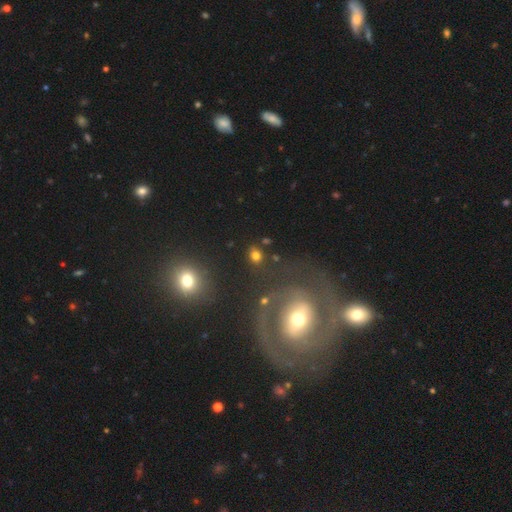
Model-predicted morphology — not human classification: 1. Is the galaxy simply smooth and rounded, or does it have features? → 72% smooth, 16% star or artifact, 12% featured or disk.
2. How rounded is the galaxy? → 58% round, 40% in between, 2% cigar-shaped.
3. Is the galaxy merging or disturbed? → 80% none, 10% minor disturbance, 5% major disturbance, 5% merger.